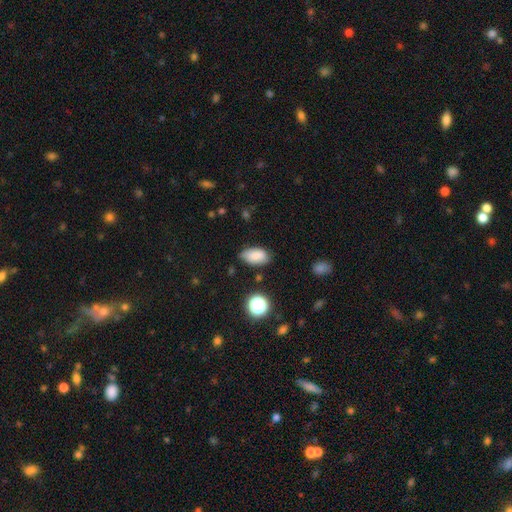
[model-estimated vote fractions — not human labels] Q: Smooth or featured?
A: smooth (83%); runner-up: star or artifact (9%)
Q: How rounded?
A: in between (92%); runner-up: round (5%)
Q: Merging?
A: none (74%); runner-up: minor disturbance (20%)